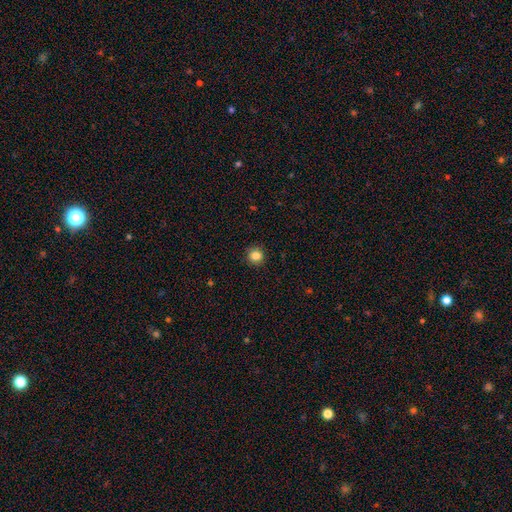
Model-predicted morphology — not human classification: Smooth or featured: smooth — 84% (star or artifact — 11%)
How rounded: round — 91% (in between — 8%)
Merging: none — 91% (minor disturbance — 7%)